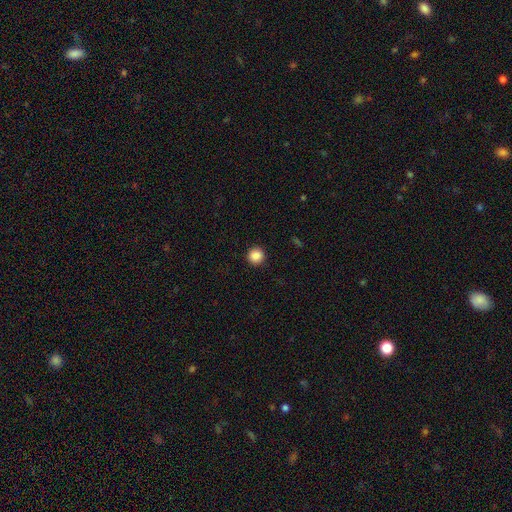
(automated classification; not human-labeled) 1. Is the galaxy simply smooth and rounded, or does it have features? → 87% smooth, 10% star or artifact, 3% featured or disk.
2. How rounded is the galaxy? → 95% round, 4% in between, 1% cigar-shaped.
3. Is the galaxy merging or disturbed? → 93% none, 5% minor disturbance, 2% major disturbance, 1% merger.